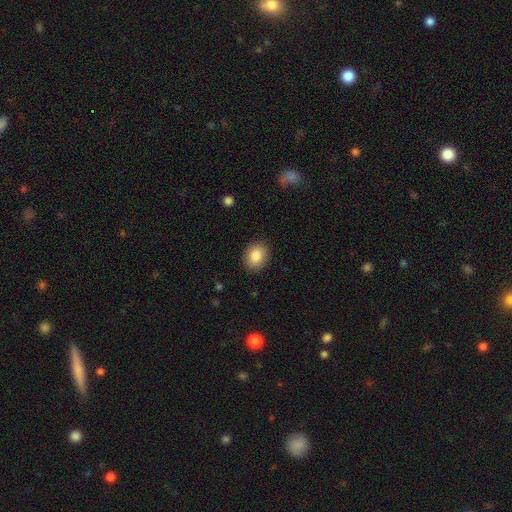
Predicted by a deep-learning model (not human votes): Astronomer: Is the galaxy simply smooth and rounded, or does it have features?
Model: smooth — 86%.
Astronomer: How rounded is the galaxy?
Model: in between — 54% (runner-up: round, 45%).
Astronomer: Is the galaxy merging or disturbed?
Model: none — 89%.